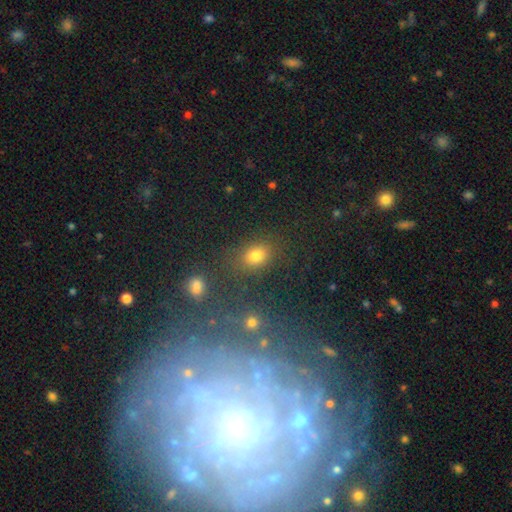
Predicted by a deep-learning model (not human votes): Smooth or featured?
  - smooth: 74% *
  - star or artifact: 18%
  - featured or disk: 8%
How rounded?
  - in between: 57% *
  - round: 41%
  - cigar-shaped: 2%
Merging?
  - none: 77% *
  - minor disturbance: 11%
  - merger: 6%
  - major disturbance: 5%